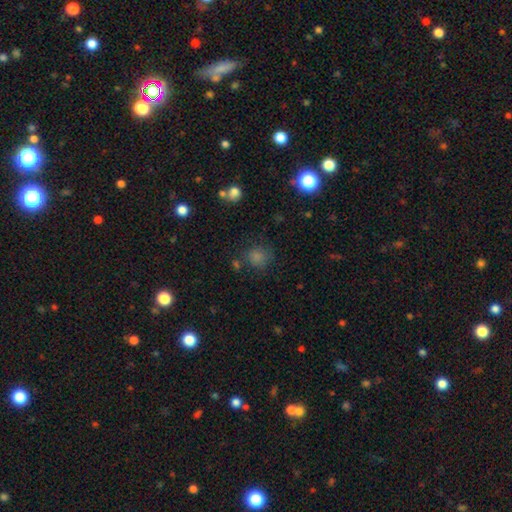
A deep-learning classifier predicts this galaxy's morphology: type=smooth (63%); roundness=round (90%); merging=none (81%).